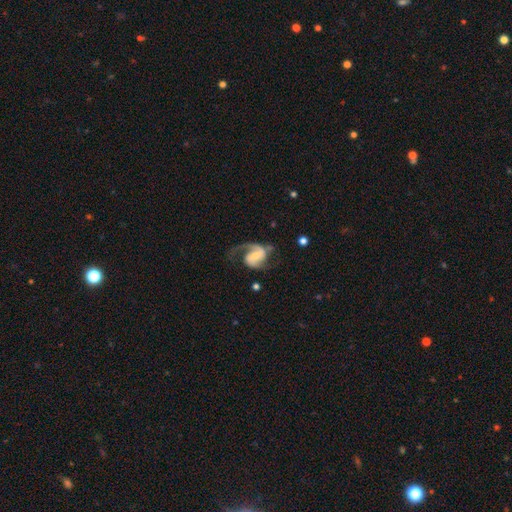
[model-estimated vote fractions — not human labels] Morphology: type=featured or disk (85%); edge-on=no (98%); bar=weak (42%); spiral arms=yes (96%); winding=medium (48%); arm count=2 (73%); bulge=small (48%); merging=none (54%).